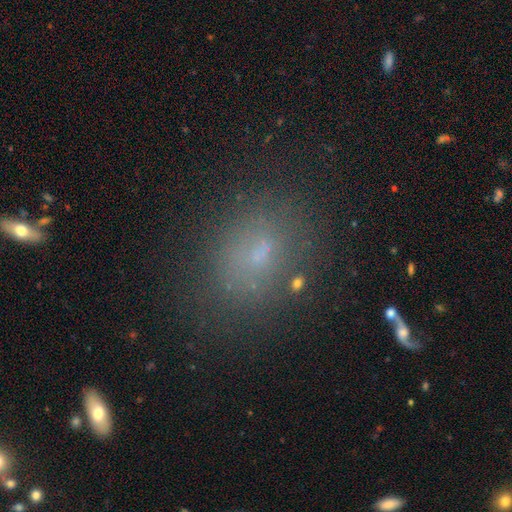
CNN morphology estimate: Smooth or featured? smooth (65%)
How rounded? in between (63%)
Merging? none (77%)